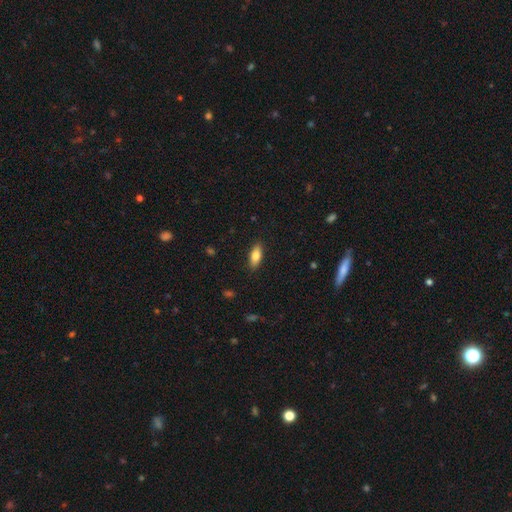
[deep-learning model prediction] smooth_or_featured: smooth (p=0.78) [alt: featured or disk p=0.15]
how_rounded: in between (p=0.77) [alt: cigar-shaped p=0.21]
merging: none (p=0.88) [alt: minor disturbance p=0.09]